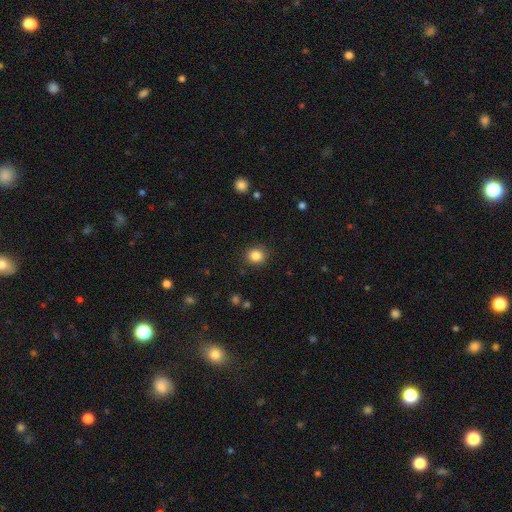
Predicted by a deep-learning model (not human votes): smooth_or_featured: smooth (p=0.85) [alt: star or artifact p=0.11]
how_rounded: round (p=0.84) [alt: in between p=0.15]
merging: none (p=0.88) [alt: minor disturbance p=0.08]